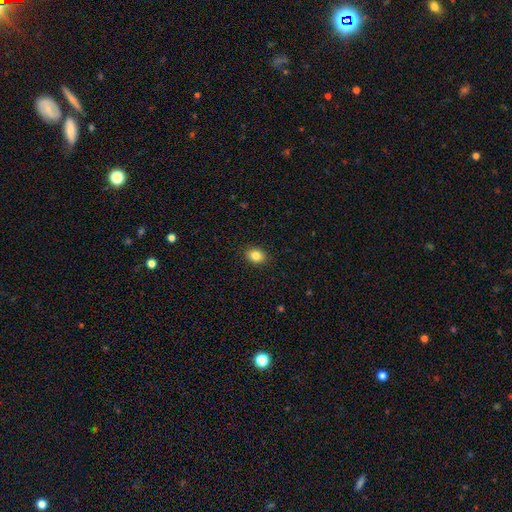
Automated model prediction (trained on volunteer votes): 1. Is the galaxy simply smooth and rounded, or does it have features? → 84% smooth, 10% star or artifact, 6% featured or disk.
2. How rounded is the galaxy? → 57% in between, 42% round, 1% cigar-shaped.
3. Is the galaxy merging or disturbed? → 90% none, 7% minor disturbance, 2% major disturbance, 1% merger.